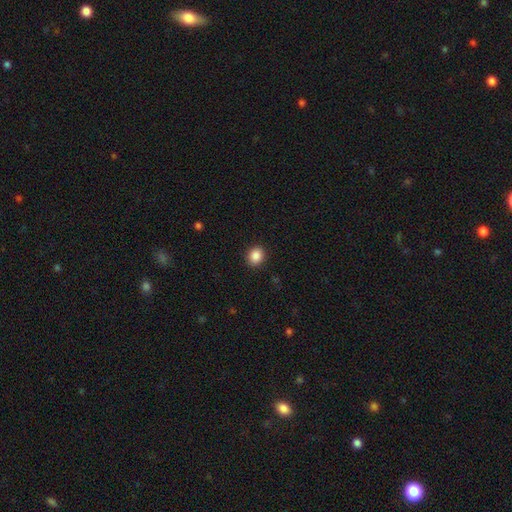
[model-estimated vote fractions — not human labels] This appears to be a smooth galaxy with no disk features (88%) that is round (64%). Merging: none (91%).